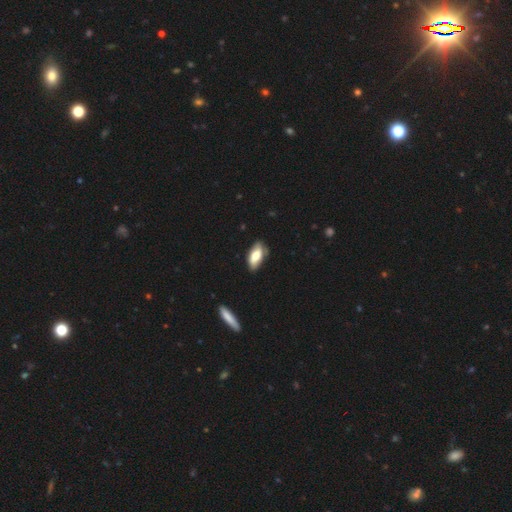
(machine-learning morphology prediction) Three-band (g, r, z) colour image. It shows a smooth galaxy with no disk features (64%) that is in between round and cigar-shaped (90%). Merging: none (70%).